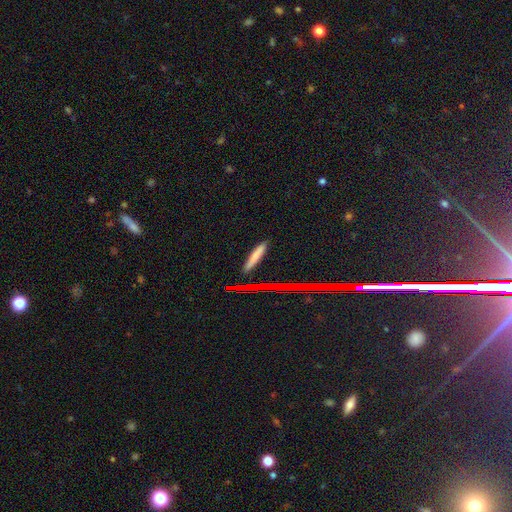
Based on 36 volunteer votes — A smooth galaxy with no disk features (78%) that is cigar-shaped (96%). Merging: none (75%).